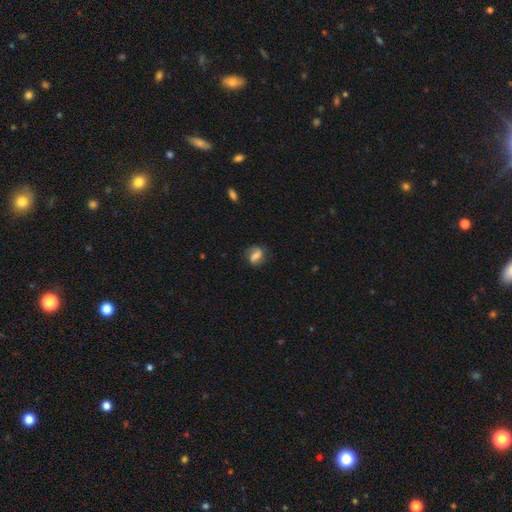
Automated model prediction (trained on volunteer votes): smooth_or_featured: smooth (p=0.50) [alt: featured or disk p=0.41]
merging: none (p=0.69) [alt: minor disturbance p=0.21]